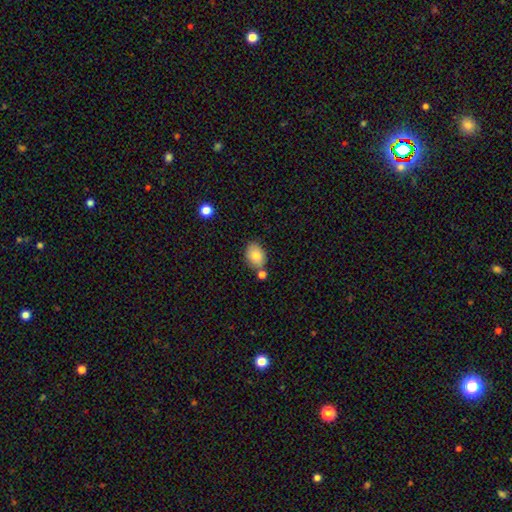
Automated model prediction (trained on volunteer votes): Smooth or featured? smooth (80%)
How rounded? in between (77%)
Merging? none (68%)